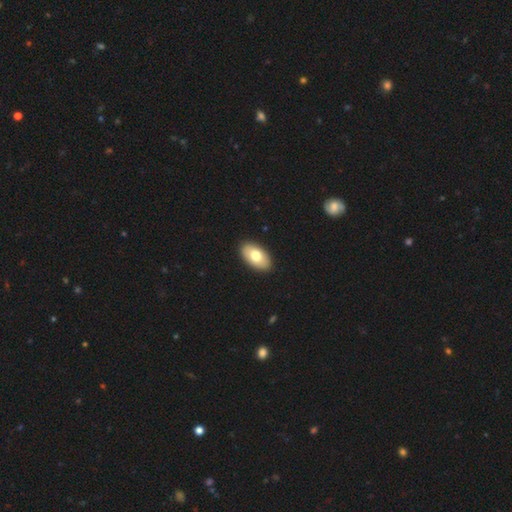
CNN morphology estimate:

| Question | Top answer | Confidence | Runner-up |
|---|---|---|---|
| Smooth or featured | smooth | 75% | featured or disk (20%) |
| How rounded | in between | 95% | round (4%) |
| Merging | none | 91% | minor disturbance (7%) |